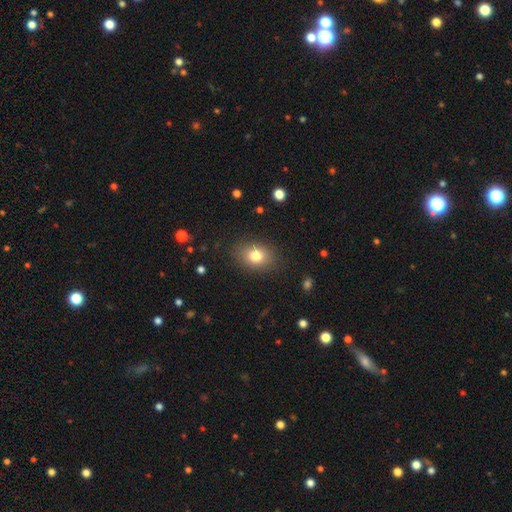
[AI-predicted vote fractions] This is likely a smooth galaxy (79%). How rounded: likely in between (66%). Merging: clearly none (85%).